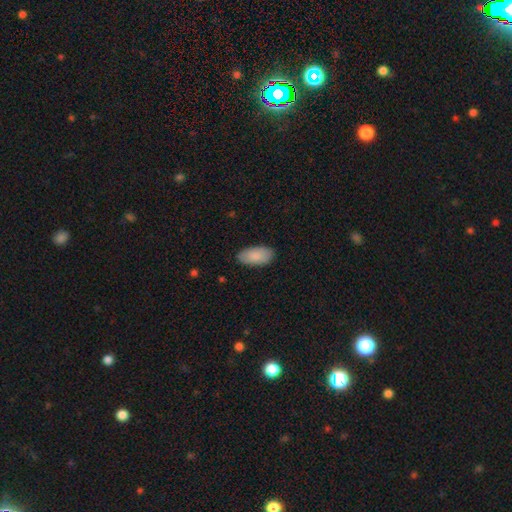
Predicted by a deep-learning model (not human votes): The model was most divided on "merging": none: 85%, minor disturbance: 12%, major disturbance: 2%, merger: 1%. More confident: how rounded — in between (94%); smooth or featured — smooth (88%).